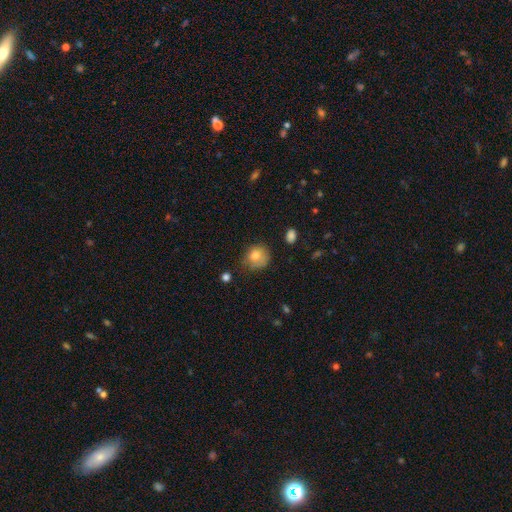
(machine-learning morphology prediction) smooth-or-featured: smooth: 78% | featured or disk: 12% | star or artifact: 10%
  how-rounded: round: 77% | in between: 22% | cigar-shaped: 1%
  merging: none: 55% | minor disturbance: 31% | major disturbance: 11% | merger: 3%